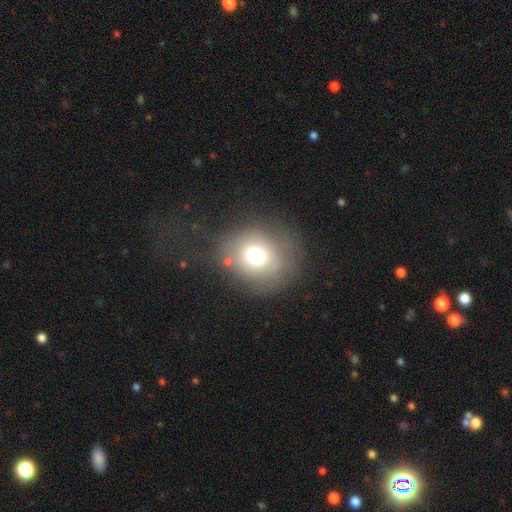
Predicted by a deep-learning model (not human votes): Smooth or featured?
  - smooth: 66% *
  - star or artifact: 18%
  - featured or disk: 16%
How rounded?
  - round: 78% *
  - in between: 21%
  - cigar-shaped: 1%
Merging?
  - none: 67% *
  - minor disturbance: 16%
  - major disturbance: 13%
  - merger: 4%